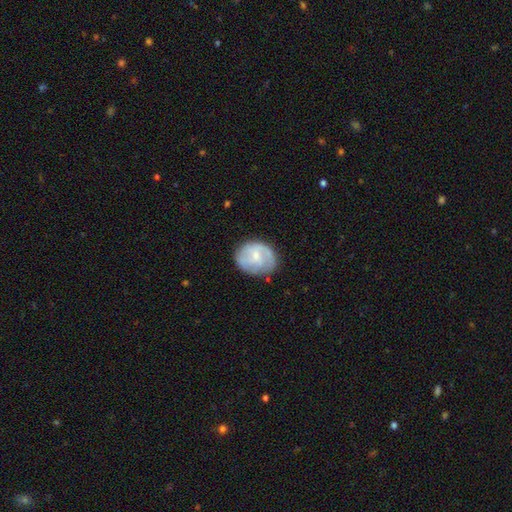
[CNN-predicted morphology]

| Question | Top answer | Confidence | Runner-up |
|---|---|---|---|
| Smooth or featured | featured or disk | 56% | smooth (38%) |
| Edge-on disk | no | 97% | yes (3%) |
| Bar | no | 50% | weak (42%) |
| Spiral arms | yes | 77% | no (23%) |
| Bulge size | small | 58% | moderate (34%) |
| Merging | none | 69% | minor disturbance (21%) |